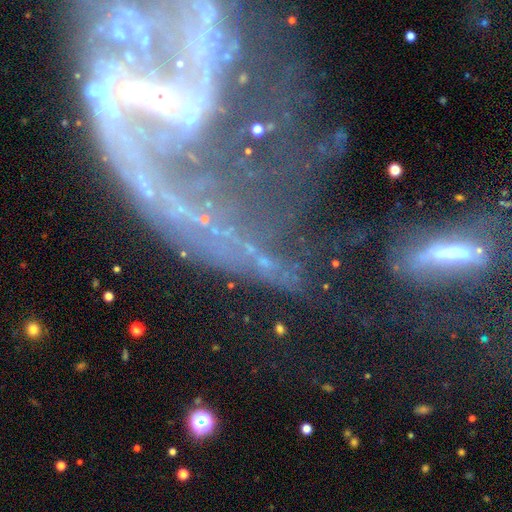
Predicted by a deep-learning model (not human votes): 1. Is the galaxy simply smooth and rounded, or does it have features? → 66% featured or disk, 21% star or artifact, 13% smooth.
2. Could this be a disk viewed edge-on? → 85% no, 15% yes.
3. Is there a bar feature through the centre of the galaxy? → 38% no, 33% strong, 29% weak.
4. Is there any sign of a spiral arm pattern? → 69% yes, 31% no.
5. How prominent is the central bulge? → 41% small, 37% moderate, 11% none, 7% large, 4% dominant.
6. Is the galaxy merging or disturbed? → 40% none, 31% major disturbance, 16% minor disturbance, 13% merger.